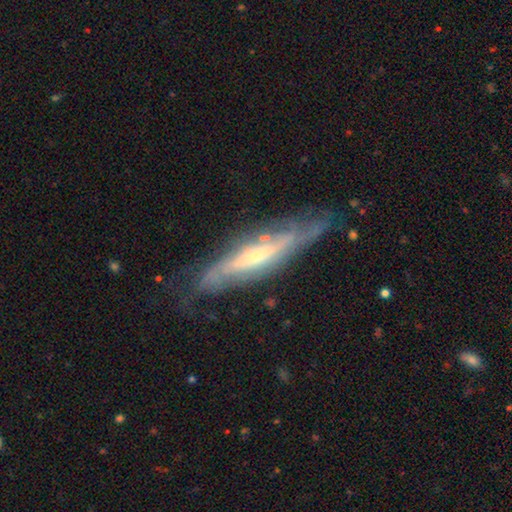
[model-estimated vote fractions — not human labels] A featured or disk galaxy (76%) viewed edge-on (62%).

Vote fractions:
- Smooth or featured? featured or disk: 76% / smooth: 18% / star or artifact: 6%
- Edge-on disk? yes: 62% / no: 38%
- Merging? none: 68% / minor disturbance: 22% / major disturbance: 8% / merger: 2%